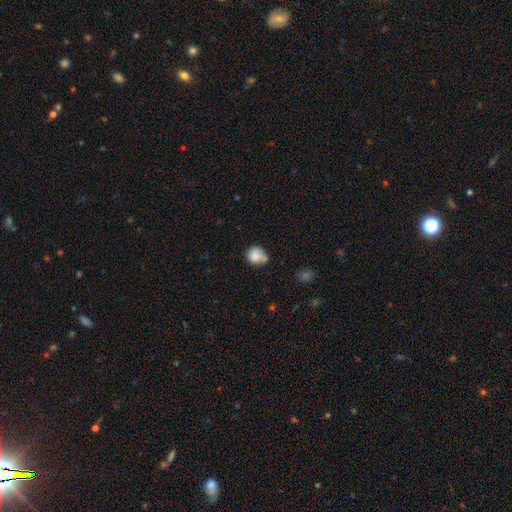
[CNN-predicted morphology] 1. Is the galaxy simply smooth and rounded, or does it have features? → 82% smooth, 9% featured or disk, 9% star or artifact.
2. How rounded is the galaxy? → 73% round, 26% in between, 1% cigar-shaped.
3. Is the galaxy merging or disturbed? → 51% none, 29% minor disturbance, 13% merger, 7% major disturbance.